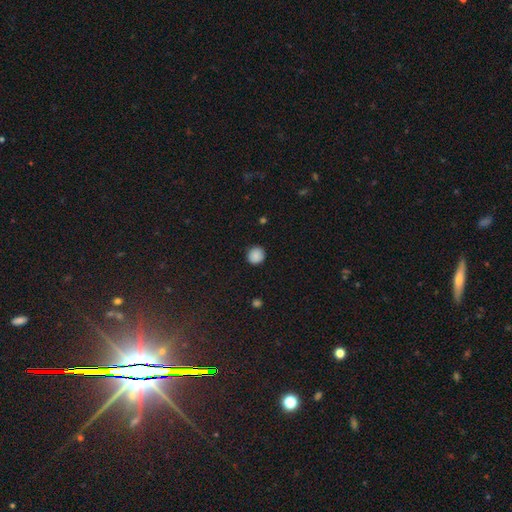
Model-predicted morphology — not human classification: A smooth galaxy with no disk features (87%) that is round (90%).

Vote fractions:
- Smooth or featured? smooth: 87% / star or artifact: 10% / featured or disk: 3%
- How rounded? round: 90% / in between: 9% / cigar-shaped: 1%
- Merging? none: 90% / minor disturbance: 7% / major disturbance: 2% / merger: 1%